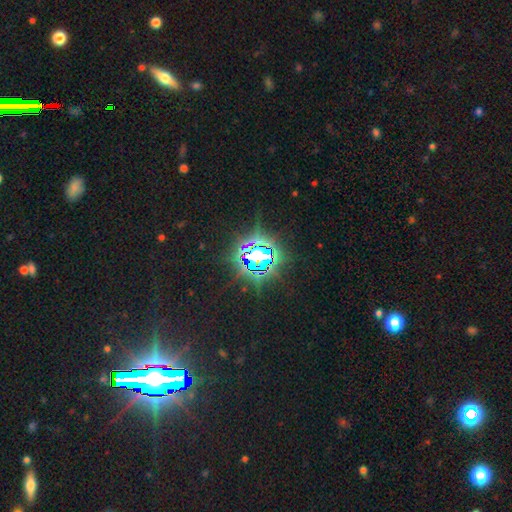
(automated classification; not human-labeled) Smooth or featured: star or artifact — 80% (featured or disk — 10%)